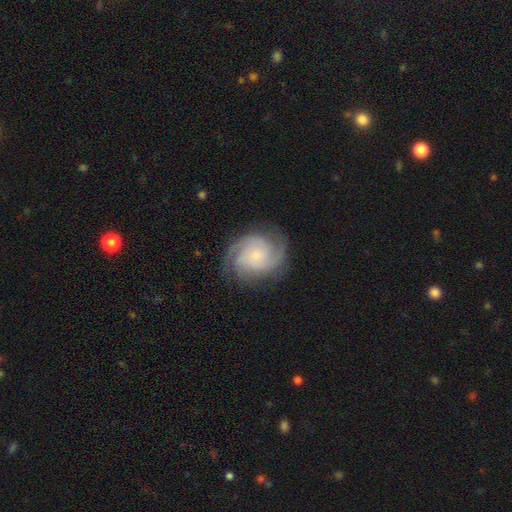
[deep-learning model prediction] Q: Smooth or featured?
A: featured or disk (86%); runner-up: smooth (9%)
Q: Edge-on disk?
A: no (98%); runner-up: yes (2%)
Q: Bar?
A: no (69%); runner-up: weak (27%)
Q: Spiral arms?
A: yes (98%); runner-up: no (2%)
Q: Spiral winding?
A: tight (56%); runner-up: medium (38%)
Q: Spiral arm count?
A: 3 (40%); runner-up: 2 (32%)
Q: Bulge size?
A: small (55%); runner-up: moderate (24%)
Q: Merging?
A: none (80%); runner-up: minor disturbance (13%)